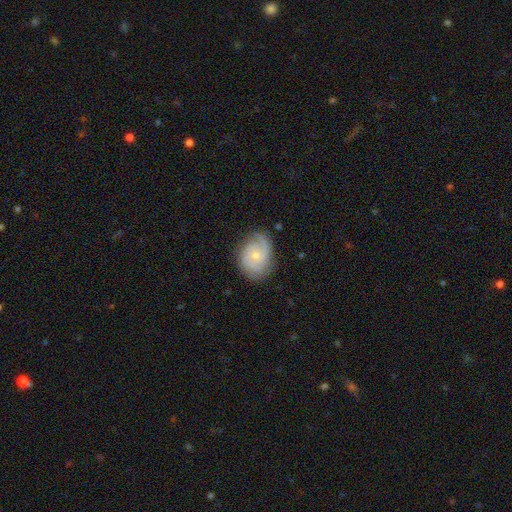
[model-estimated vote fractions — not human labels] Overall: featured or disk (72%). Edge-on disk: no (97%). Bar: no (71%). Spiral arms: yes (94%). Spiral arm count: 2 (50%; can't tell 19%). Spiral winding: tight (44%; medium 41%). Bulge size: small (67%; moderate 28%). Merging: none (73%).